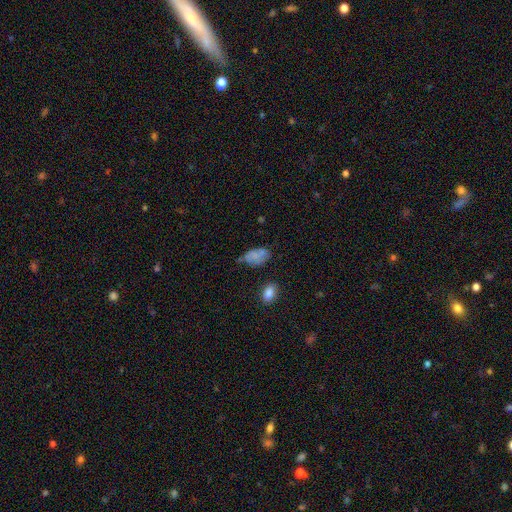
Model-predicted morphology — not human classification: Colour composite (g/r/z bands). It shows a smooth galaxy with no disk features (73%) that is in between round and cigar-shaped (91%). Merging: none (47%).